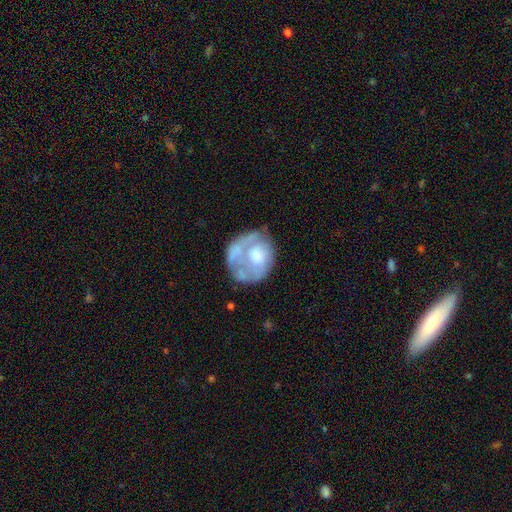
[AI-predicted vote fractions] Q: Smooth or featured?
A: featured or disk (53%); runner-up: smooth (40%)
Q: Edge-on disk?
A: no (98%); runner-up: yes (2%)
Q: Bar?
A: no (88%); runner-up: weak (10%)
Q: Spiral arms?
A: no (79%); runner-up: yes (21%)
Q: Bulge size?
A: moderate (40%); runner-up: large (23%)
Q: Merging?
A: none (42%); runner-up: major disturbance (26%)